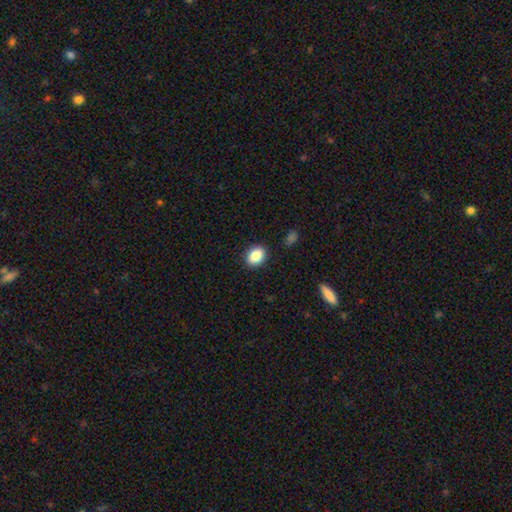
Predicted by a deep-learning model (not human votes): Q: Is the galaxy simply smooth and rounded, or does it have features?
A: smooth — 86%.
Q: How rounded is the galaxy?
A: in between — 66%.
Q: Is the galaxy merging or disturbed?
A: none — 88%.